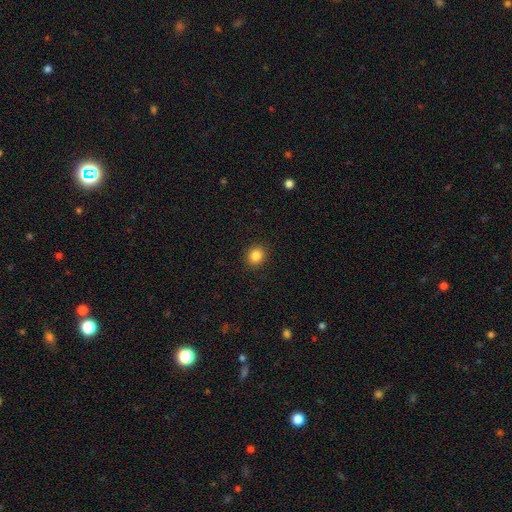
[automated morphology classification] Q: Smooth or featured?
A: smooth (85%); runner-up: star or artifact (10%)
Q: How rounded?
A: round (72%); runner-up: in between (27%)
Q: Merging?
A: none (91%); runner-up: minor disturbance (6%)